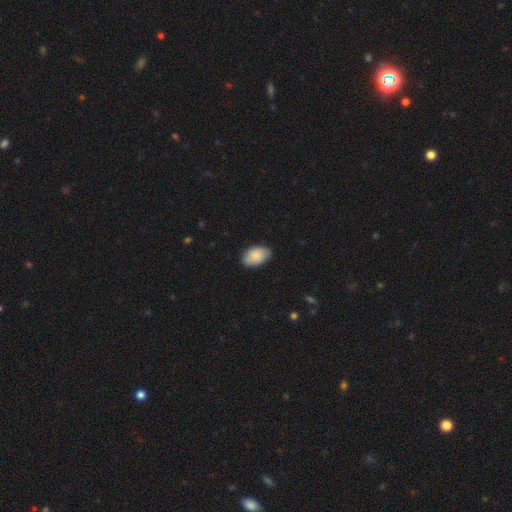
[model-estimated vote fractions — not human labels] Smooth or featured? Predicted: smooth (p=0.86). How rounded? Predicted: in between (p=0.92). Merging? Predicted: none (p=0.83).